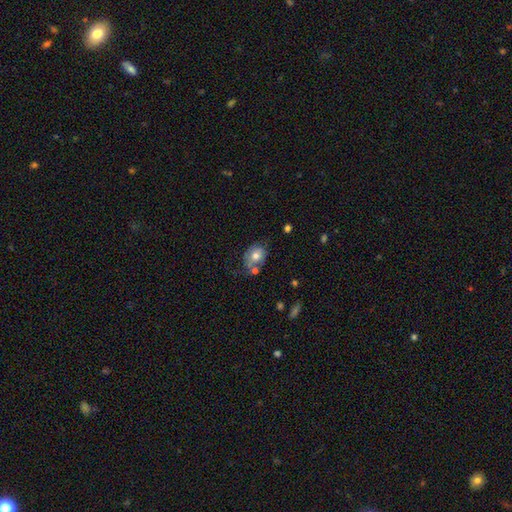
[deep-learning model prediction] Smooth or featured: smooth — 66% (featured or disk — 25%)
How rounded: in between — 50% (round — 49%)
Merging: none — 47% (minor disturbance — 23%)